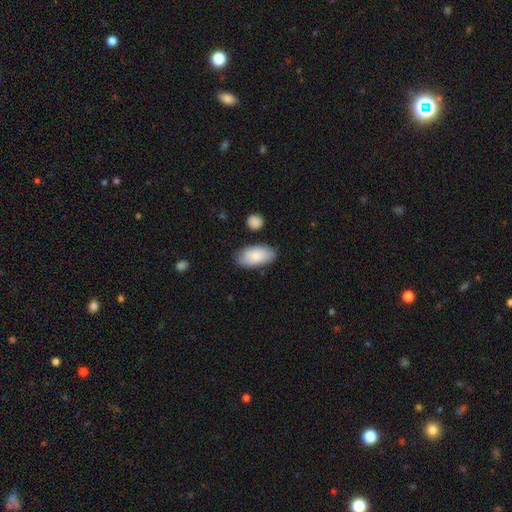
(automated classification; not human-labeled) Smooth or featured? Predicted: smooth (p=0.85). How rounded? Predicted: in between (p=0.94). Merging? Predicted: none (p=0.80).